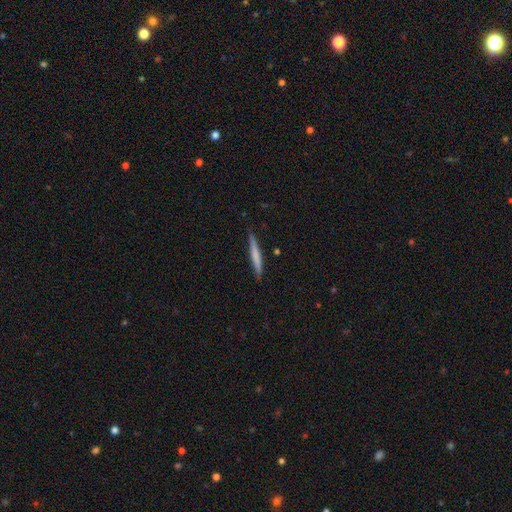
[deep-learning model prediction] A smooth galaxy with no disk features (61%) that is cigar-shaped (96%).

Vote fractions:
- Smooth or featured? smooth: 61% / featured or disk: 33% / star or artifact: 5%
- How rounded? cigar-shaped: 96% / in between: 3% / round: 1%
- Merging? none: 86% / minor disturbance: 11% / major disturbance: 2% / merger: 1%